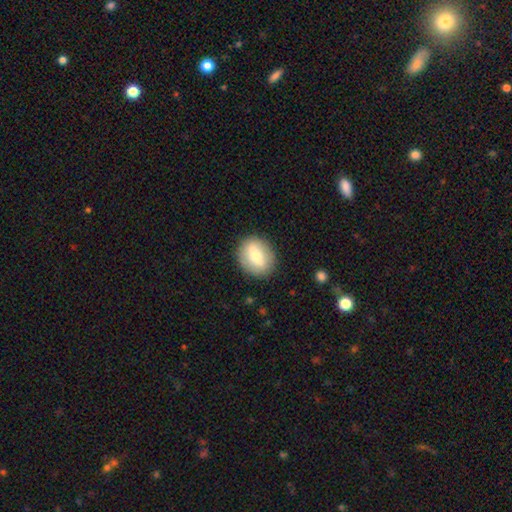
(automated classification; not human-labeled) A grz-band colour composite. It shows a smooth galaxy with no disk features (61%) that is round (56%). Merging: none (86%).